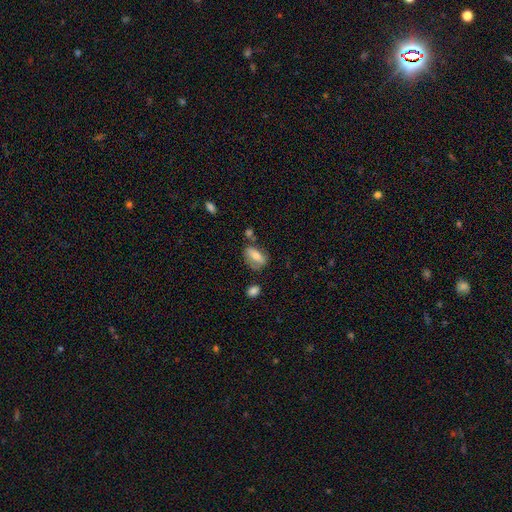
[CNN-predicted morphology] Smooth or featured?
  - smooth: 57% *
  - featured or disk: 35%
  - star or artifact: 8%
How rounded?
  - in between: 81% *
  - round: 10%
  - cigar-shaped: 9%
Merging?
  - none: 52% *
  - minor disturbance: 26%
  - major disturbance: 12%
  - merger: 10%